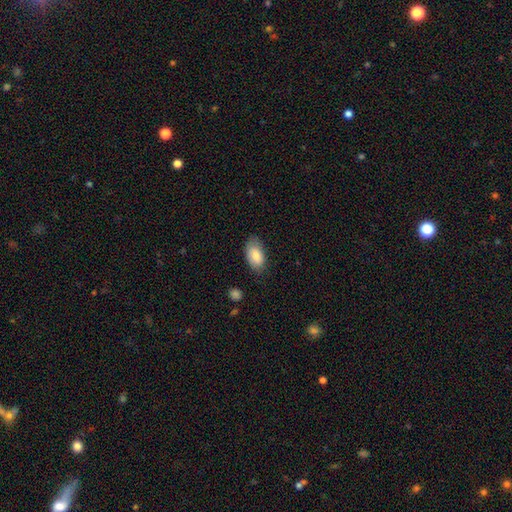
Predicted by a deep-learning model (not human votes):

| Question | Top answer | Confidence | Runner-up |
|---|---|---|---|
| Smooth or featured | smooth | 81% | featured or disk (12%) |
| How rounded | in between | 94% | round (4%) |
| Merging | none | 70% | minor disturbance (23%) |